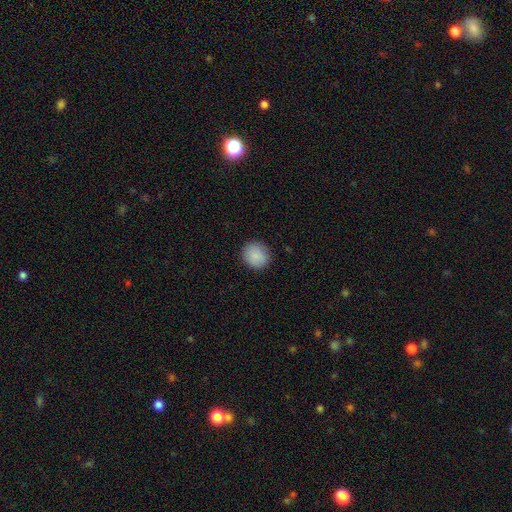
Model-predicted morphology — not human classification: Smooth or featured?
  - smooth: 88% *
  - star or artifact: 8%
  - featured or disk: 4%
How rounded?
  - round: 81% *
  - in between: 18%
  - cigar-shaped: 1%
Merging?
  - none: 88% *
  - minor disturbance: 9%
  - major disturbance: 2%
  - merger: 1%